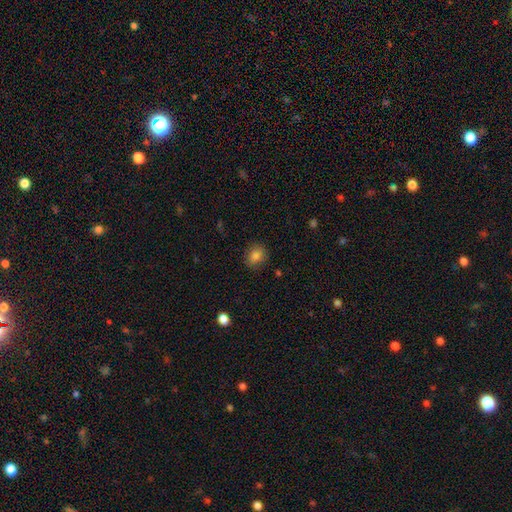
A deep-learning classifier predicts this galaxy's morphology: This is clearly a smooth galaxy (82%). How rounded: likely round (64%). Merging: clearly none (86%).